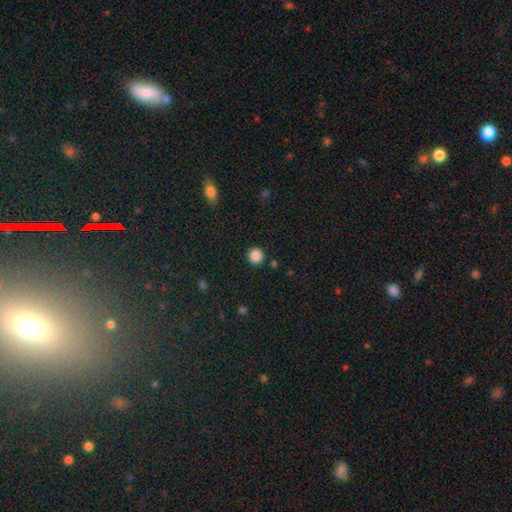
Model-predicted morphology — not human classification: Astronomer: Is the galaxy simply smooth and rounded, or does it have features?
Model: smooth — 87%.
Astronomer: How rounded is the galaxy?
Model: round — 95%.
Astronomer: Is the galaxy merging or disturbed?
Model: none — 91%.